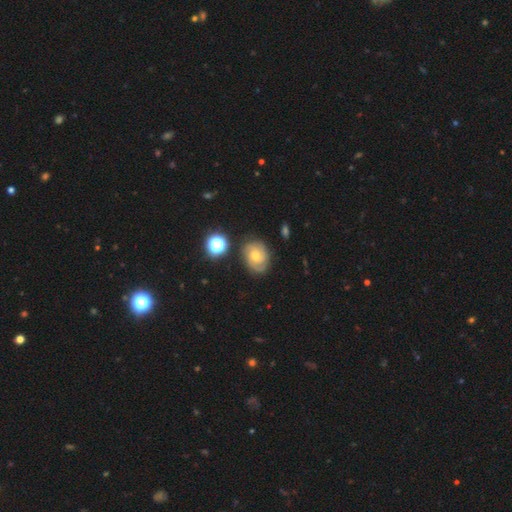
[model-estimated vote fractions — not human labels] A featured or disk galaxy (69%) with no bar (64%), 2 (42%) tight (60%) spiral arms (93%) and a moderate central bulge (55%).

Vote fractions:
- Smooth or featured? featured or disk: 69% / smooth: 21% / star or artifact: 10%
- Edge-on disk? no: 97% / yes: 3%
- Bar? no: 64% / weak: 32% / strong: 5%
- Spiral arms? yes: 93% / no: 7%
- Spiral winding? tight: 60% / medium: 32% / loose: 8%
- Spiral arm count? 2: 42% / can't tell: 26% / 3: 20% / 1: 5% / 4: 4% / more than 4: 3%
- Bulge size? moderate: 55% / small: 40% / large: 3% / none: 2% / dominant: 1%
- Merging? none: 77% / minor disturbance: 16% / major disturbance: 5% / merger: 3%